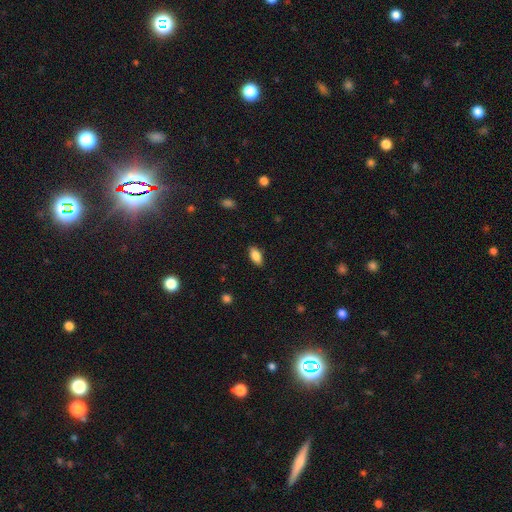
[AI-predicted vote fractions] Smooth or featured? smooth (85%)
How rounded? in between (89%)
Merging? none (87%)